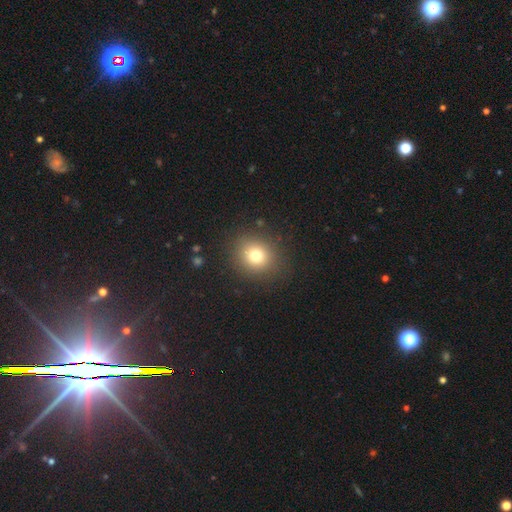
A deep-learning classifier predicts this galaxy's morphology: Smooth or featured?
  - smooth: 76% *
  - star or artifact: 14%
  - featured or disk: 10%
How rounded?
  - round: 82% *
  - in between: 17%
  - cigar-shaped: 1%
Merging?
  - none: 87% *
  - minor disturbance: 8%
  - major disturbance: 4%
  - merger: 1%